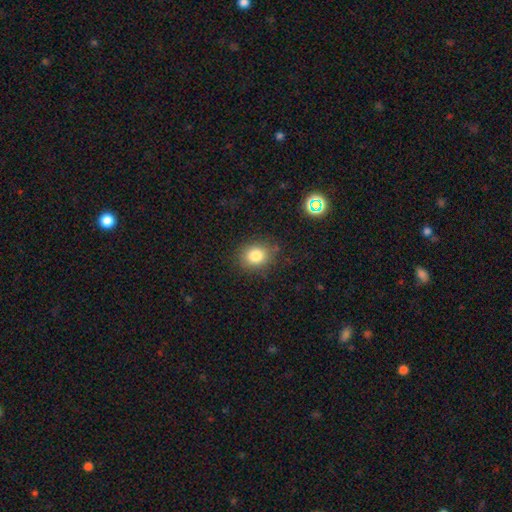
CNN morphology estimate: A smooth galaxy with no disk features (81%) that is round (65%).

Vote fractions:
- Smooth or featured? smooth: 81% / star or artifact: 12% / featured or disk: 7%
- How rounded? round: 65% / in between: 34% / cigar-shaped: 1%
- Merging? none: 82% / minor disturbance: 12% / major disturbance: 4% / merger: 2%